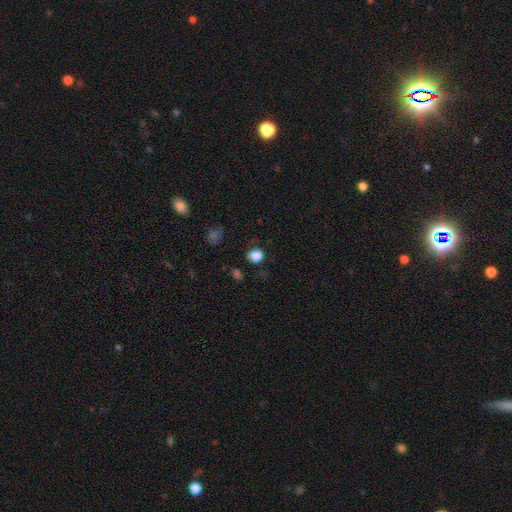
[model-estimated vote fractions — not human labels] A smooth galaxy with no disk features (85%) that is round (76%). Merging: none (76%).